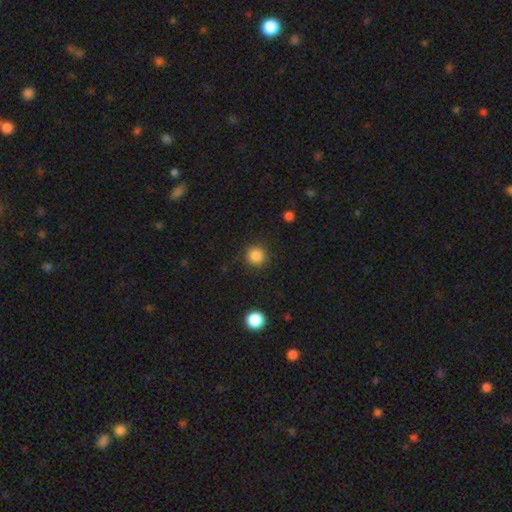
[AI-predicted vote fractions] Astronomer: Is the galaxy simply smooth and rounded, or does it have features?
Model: smooth — 86%.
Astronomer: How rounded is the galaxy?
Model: round — 94%.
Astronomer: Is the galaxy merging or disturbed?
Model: none — 90%.